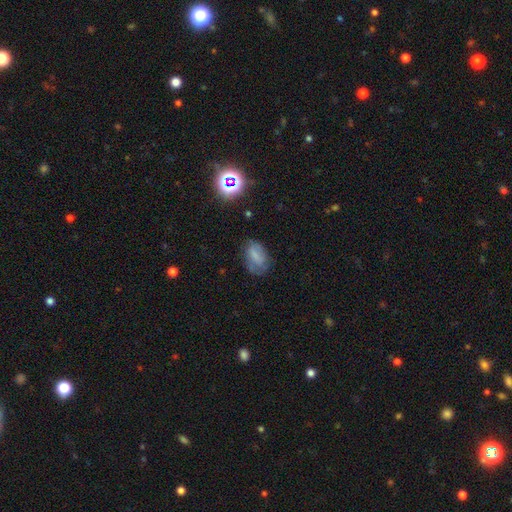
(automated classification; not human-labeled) Q: Smooth or featured?
A: smooth (64%); runner-up: featured or disk (24%)
Q: How rounded?
A: in between (86%); runner-up: round (11%)
Q: Merging?
A: none (58%); runner-up: minor disturbance (28%)